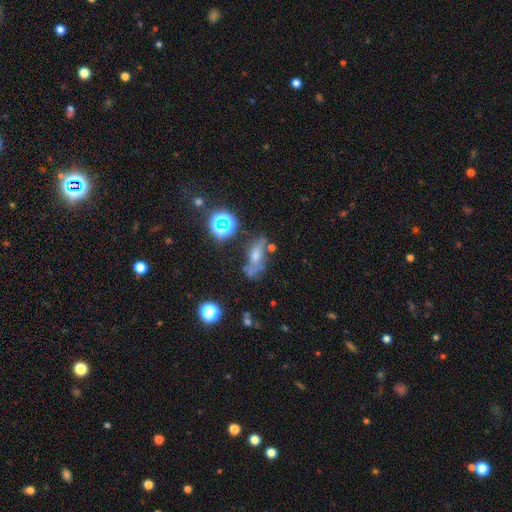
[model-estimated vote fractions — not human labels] A featured or disk galaxy (38%).

Vote fractions:
- Smooth or featured? featured or disk: 38% / smooth: 32% / star or artifact: 30%
- Merging? none: 55% / minor disturbance: 22% / major disturbance: 14% / merger: 9%